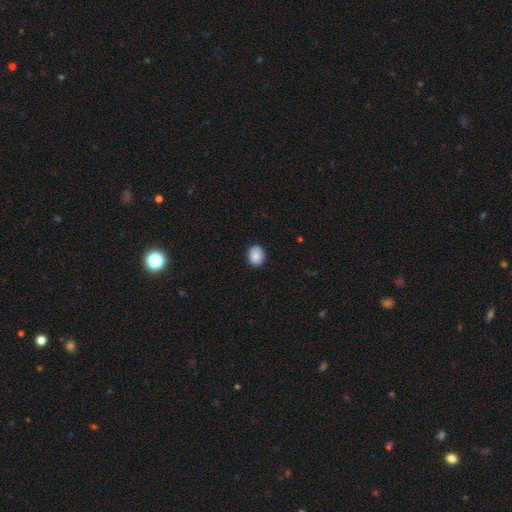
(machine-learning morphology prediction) A smooth galaxy with no disk features (86%) that is round (58%).

Vote fractions:
- Smooth or featured? smooth: 86% / star or artifact: 8% / featured or disk: 7%
- How rounded? round: 58% / in between: 41% / cigar-shaped: 1%
- Merging? none: 86% / minor disturbance: 11% / major disturbance: 2% / merger: 1%